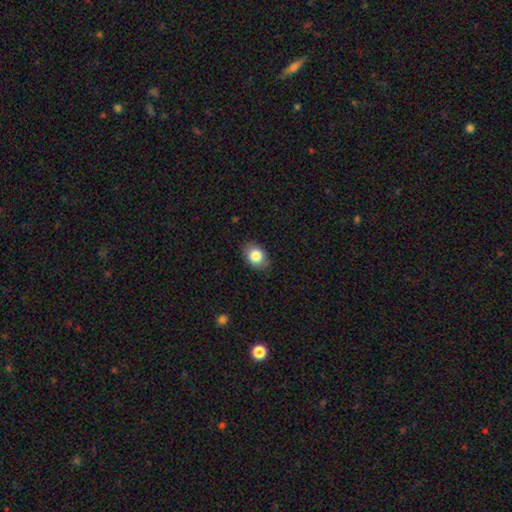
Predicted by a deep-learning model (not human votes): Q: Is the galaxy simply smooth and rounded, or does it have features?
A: smooth — 84%.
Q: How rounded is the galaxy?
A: in between — 69%.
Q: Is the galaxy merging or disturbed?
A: none — 85%.